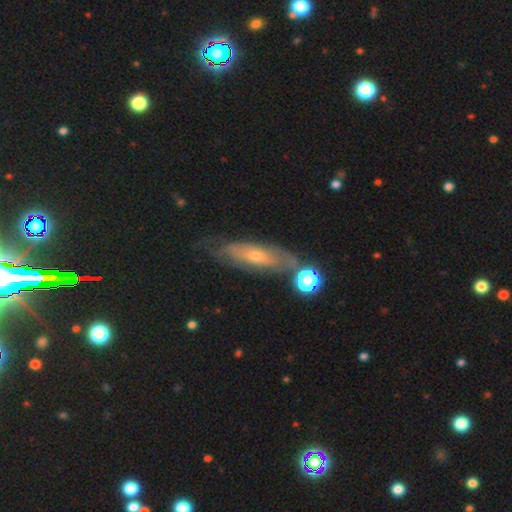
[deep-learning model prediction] Smooth or featured?
  - featured or disk: 60% *
  - smooth: 33%
  - star or artifact: 7%
Edge-on disk?
  - no: 68% *
  - yes: 32%
Merging?
  - none: 59% *
  - minor disturbance: 23%
  - major disturbance: 10%
  - merger: 8%